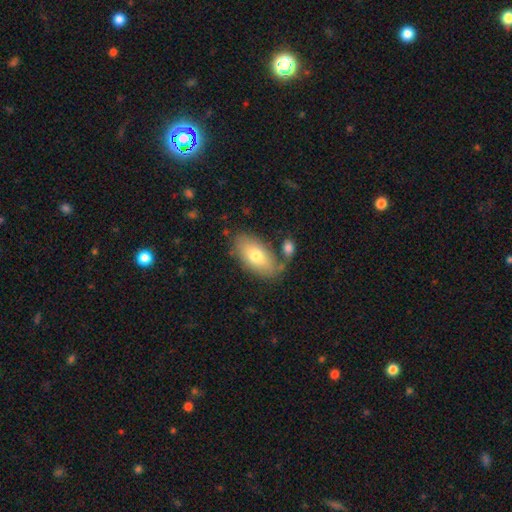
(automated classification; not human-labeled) Overall: smooth (73%). How rounded: in between (93%). Merging: none (70%).